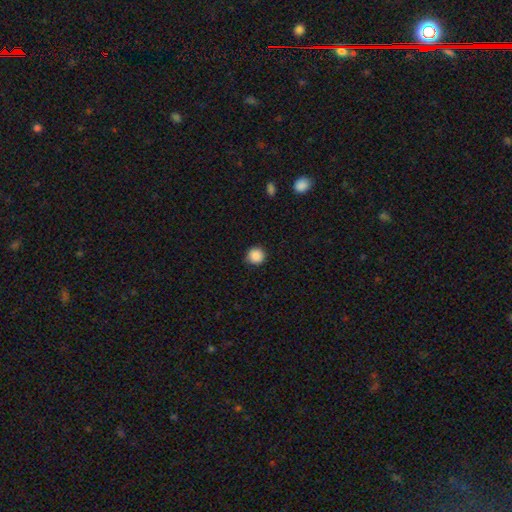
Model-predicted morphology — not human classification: A smooth galaxy with no disk features (88%) that is round (94%). Merging: none (87%).